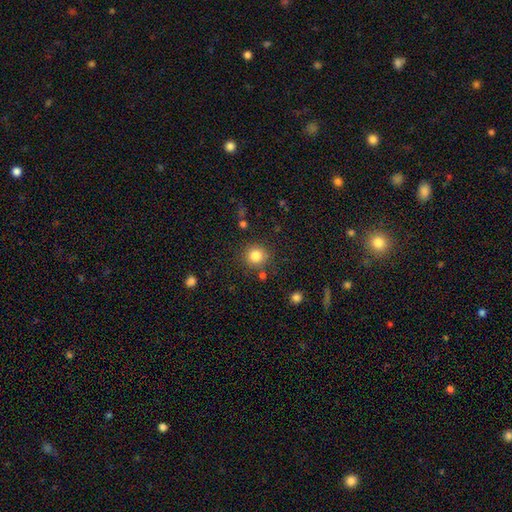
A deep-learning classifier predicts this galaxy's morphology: The model was most divided on "smooth or featured": smooth: 83%, star or artifact: 11%, featured or disk: 6%. More confident: how rounded — round (92%); merging — none (84%).